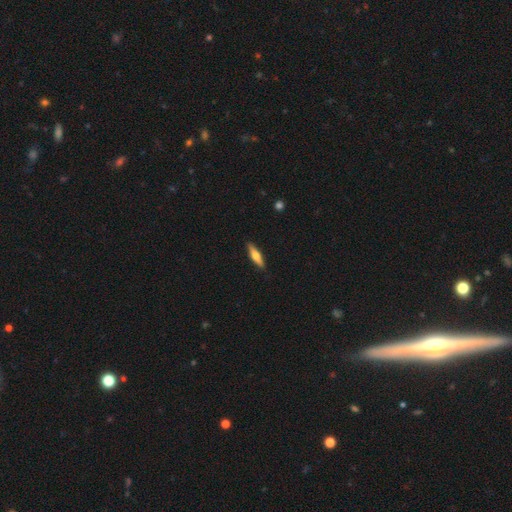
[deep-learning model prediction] Smooth or featured?
  - smooth: 52% *
  - featured or disk: 42%
  - star or artifact: 6%
How rounded?
  - cigar-shaped: 74% *
  - in between: 24%
  - round: 2%
Merging?
  - none: 90% *
  - minor disturbance: 8%
  - major disturbance: 2%
  - merger: 1%